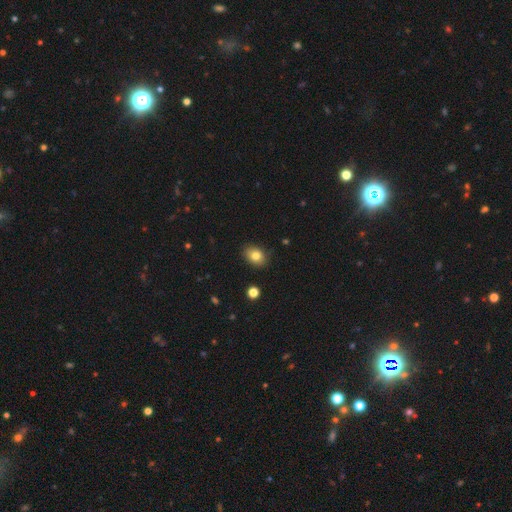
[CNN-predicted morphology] Smooth or featured? smooth (81%)
How rounded? in between (64%)
Merging? none (87%)